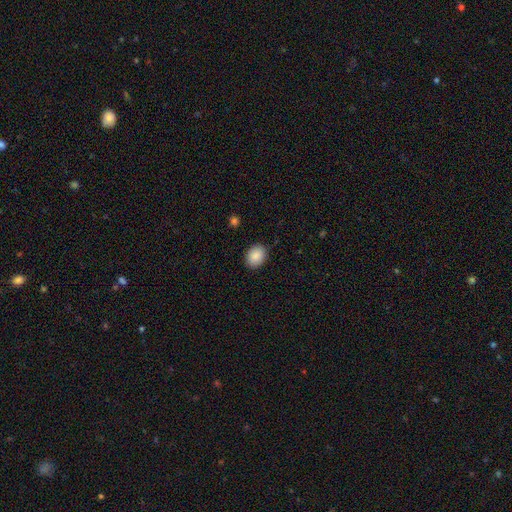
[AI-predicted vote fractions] Q: Smooth or featured?
A: smooth (89%); runner-up: star or artifact (7%)
Q: How rounded?
A: in between (65%); runner-up: round (34%)
Q: Merging?
A: none (88%); runner-up: minor disturbance (8%)